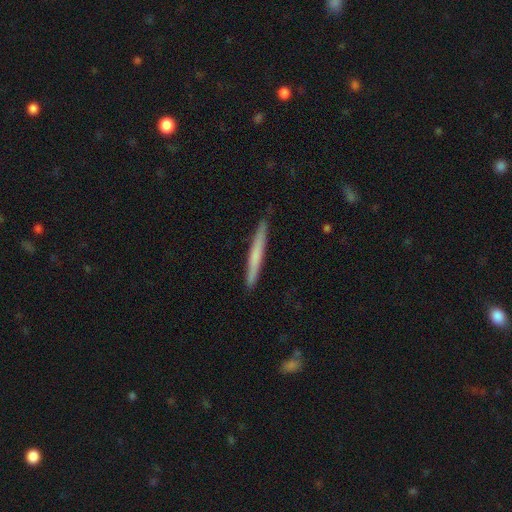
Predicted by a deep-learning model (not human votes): smooth_or_featured: smooth (p=0.61) [alt: featured or disk p=0.34]
how_rounded: cigar-shaped (p=0.97) [alt: in between p=0.02]
merging: none (p=0.90) [alt: minor disturbance p=0.08]